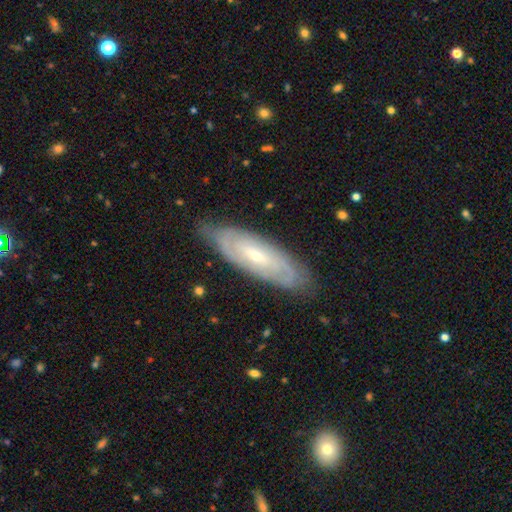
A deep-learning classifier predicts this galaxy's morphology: featured or disk 76%, smooth 18%, star or artifact 6%. Down the decision tree: edge-on disk — no (82%); bar — no (49%); spiral arms — yes (88%); spiral arm count — can't tell (50%); spiral winding — tight (71%); bulge size — small (65%); merging — none (81%).